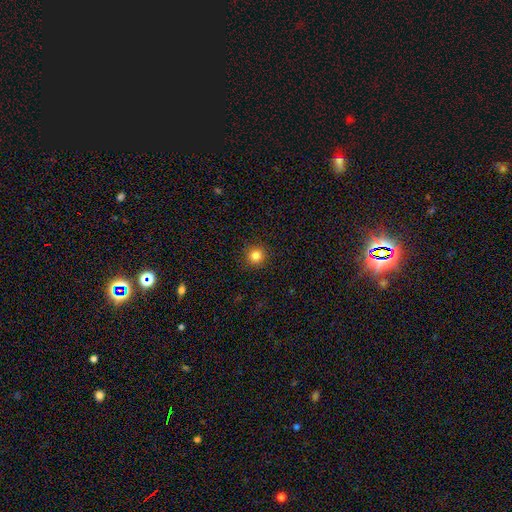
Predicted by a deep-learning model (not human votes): The model was most divided on "smooth or featured": smooth: 84%, star or artifact: 12%, featured or disk: 4%. More confident: how rounded — round (94%); merging — none (91%).